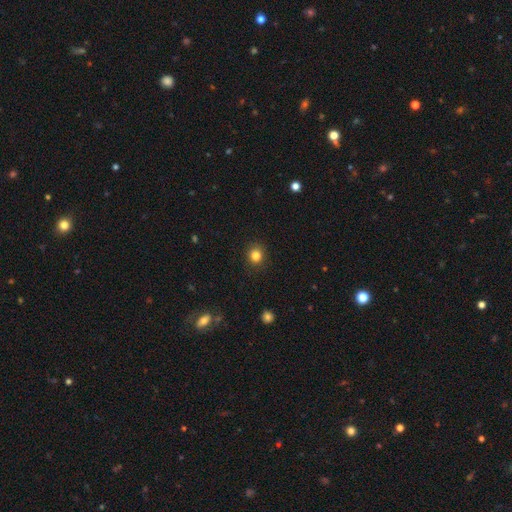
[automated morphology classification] Smooth or featured?
  - smooth: 83% *
  - star or artifact: 12%
  - featured or disk: 5%
How rounded?
  - round: 86% *
  - in between: 13%
  - cigar-shaped: 1%
Merging?
  - none: 90% *
  - minor disturbance: 7%
  - major disturbance: 2%
  - merger: 1%